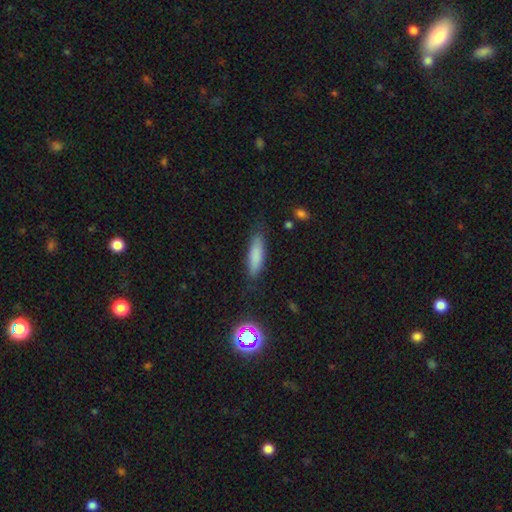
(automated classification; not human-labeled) Smooth or featured? smooth (79%)
How rounded? cigar-shaped (63%)
Merging? none (79%)